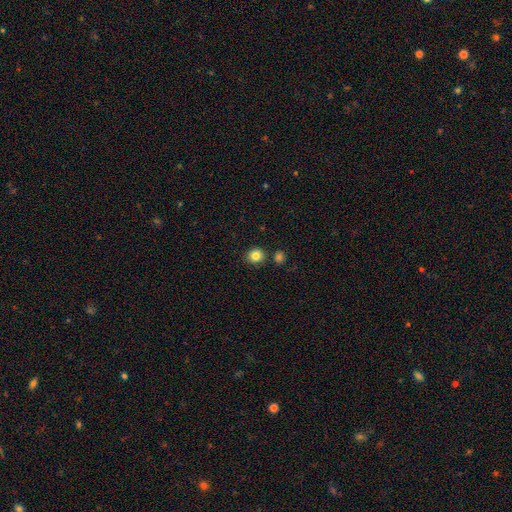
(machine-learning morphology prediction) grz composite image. It shows a smooth galaxy with no disk features (84%) that is round (86%). Merging: none (84%).